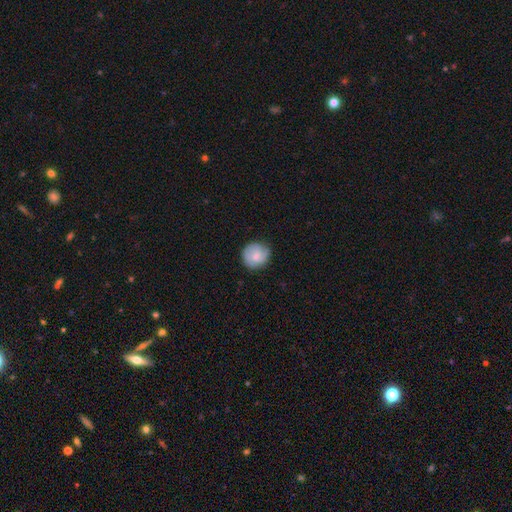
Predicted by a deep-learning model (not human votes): The model was most divided on "smooth or featured": smooth: 61%, featured or disk: 32%, star or artifact: 7%. More confident: how rounded — round (89%); merging — none (80%).